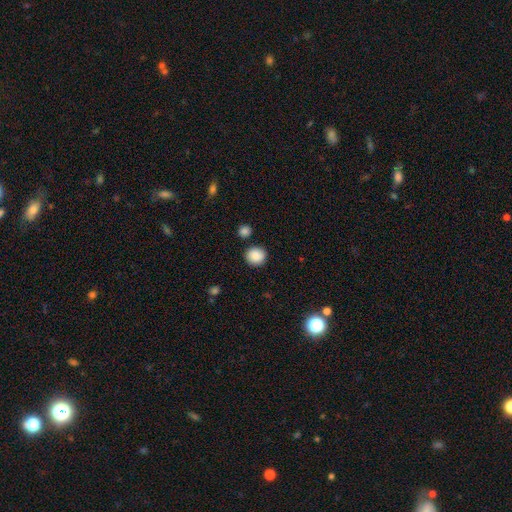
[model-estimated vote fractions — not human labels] Q: Smooth or featured?
A: smooth (88%); runner-up: star or artifact (9%)
Q: How rounded?
A: round (90%); runner-up: in between (9%)
Q: Merging?
A: none (87%); runner-up: minor disturbance (7%)